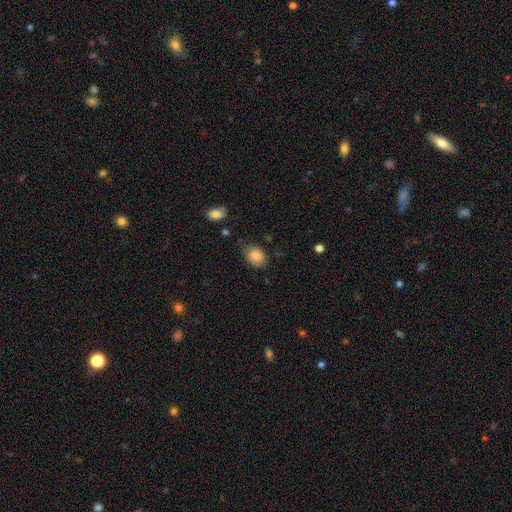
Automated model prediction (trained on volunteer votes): smooth 83%, featured or disk 9%, star or artifact 8%. Down the decision tree: how rounded — in between (70%); merging — none (68%).